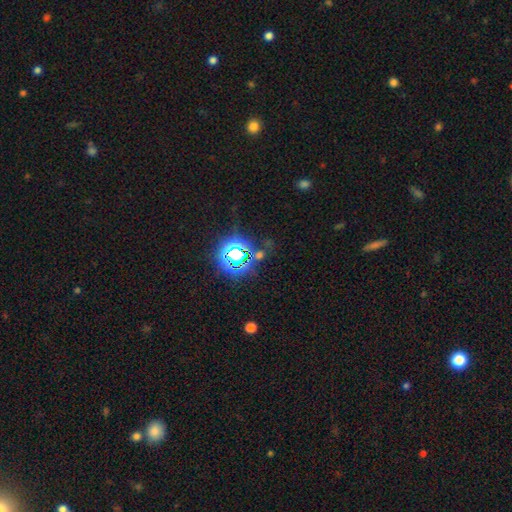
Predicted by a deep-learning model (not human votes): Smooth or featured? star or artifact (76%)